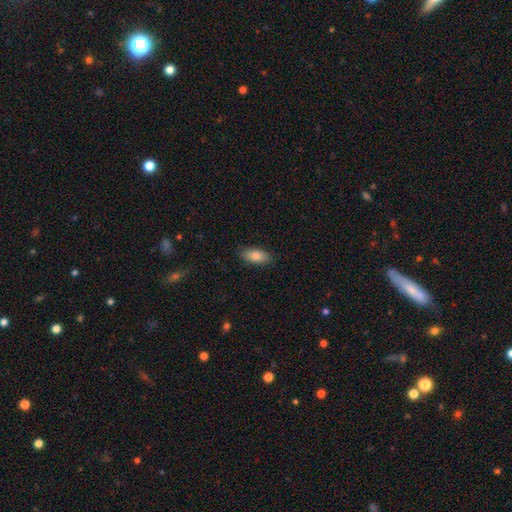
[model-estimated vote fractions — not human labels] Smooth or featured?
  - smooth: 83% *
  - featured or disk: 10%
  - star or artifact: 7%
How rounded?
  - in between: 88% *
  - cigar-shaped: 9%
  - round: 3%
Merging?
  - none: 86% *
  - minor disturbance: 10%
  - major disturbance: 2%
  - merger: 1%